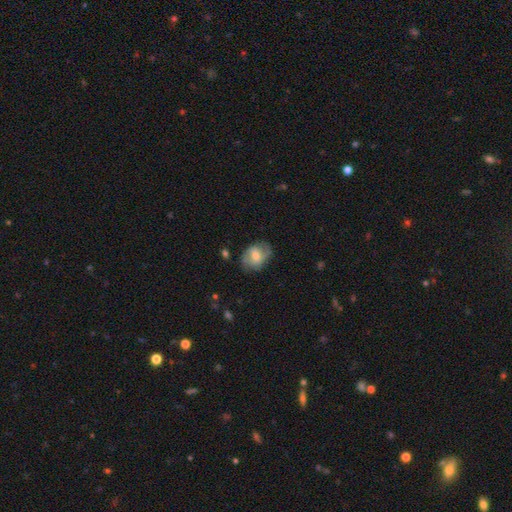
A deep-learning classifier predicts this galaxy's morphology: Smooth or featured? Predicted: smooth (p=0.48). Merging? Predicted: none (p=0.62).